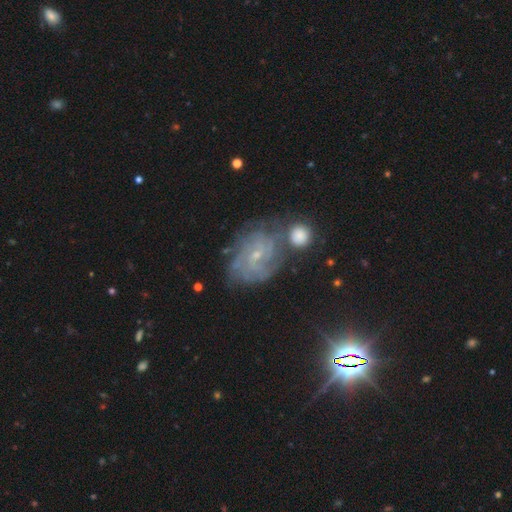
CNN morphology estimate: Q: Smooth or featured?
A: featured or disk (77%); runner-up: star or artifact (12%)
Q: Edge-on disk?
A: no (97%); runner-up: yes (3%)
Q: Bar?
A: no (55%); runner-up: weak (37%)
Q: Spiral arms?
A: yes (92%); runner-up: no (8%)
Q: Spiral winding?
A: tight (64%); runner-up: medium (28%)
Q: Spiral arm count?
A: can't tell (45%); runner-up: 3 (15%)
Q: Bulge size?
A: small (78%); runner-up: moderate (18%)
Q: Merging?
A: none (58%); runner-up: minor disturbance (19%)